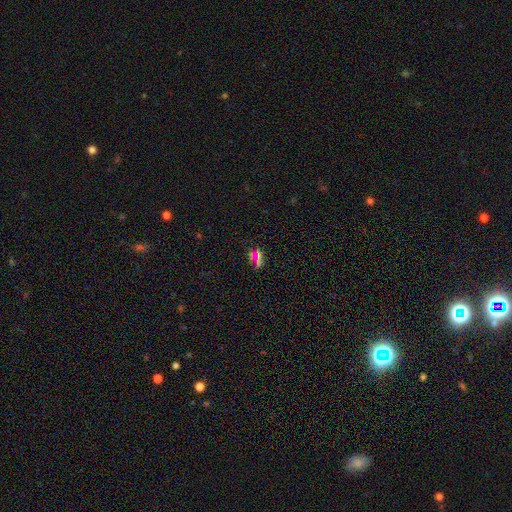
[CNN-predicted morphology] type=star or artifact (42%).